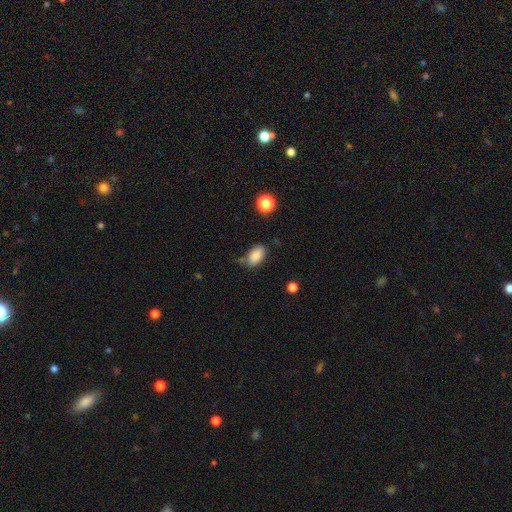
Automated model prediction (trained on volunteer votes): This appears to be a smooth galaxy with no disk features (86%) that is in between round and cigar-shaped (91%). Merging: none (70%).